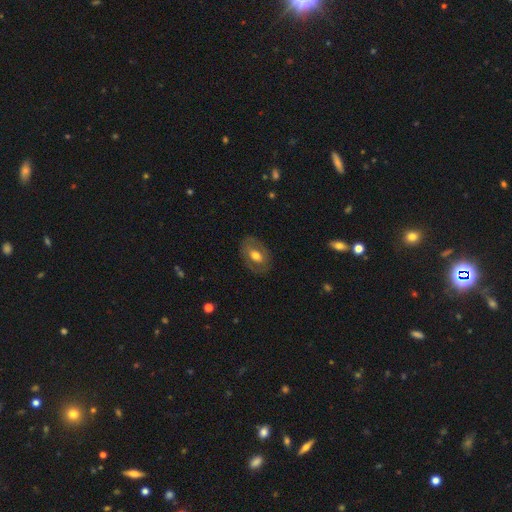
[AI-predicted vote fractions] smooth_or_featured: smooth (p=0.51) [alt: featured or disk p=0.42]
how_rounded: in between (p=0.78) [alt: round p=0.21]
merging: none (p=0.80) [alt: minor disturbance p=0.14]